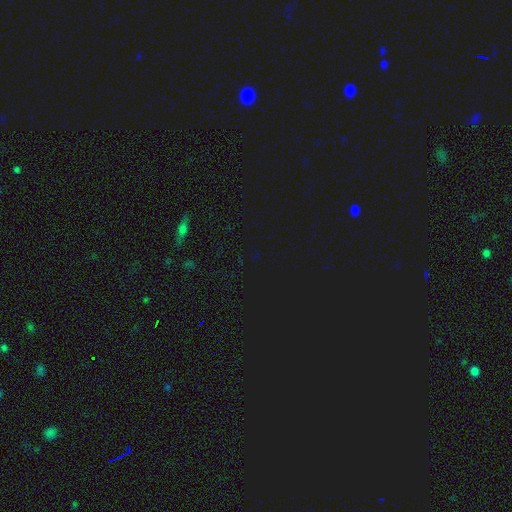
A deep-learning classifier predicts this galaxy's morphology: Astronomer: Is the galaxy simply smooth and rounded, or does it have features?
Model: star or artifact — 78%.